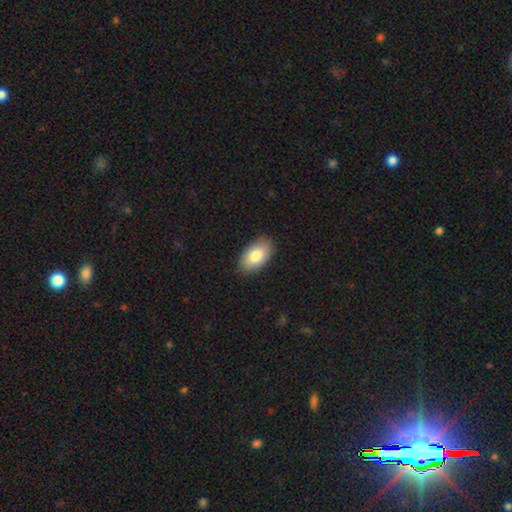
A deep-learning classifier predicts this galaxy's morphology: A smooth galaxy with no disk features (81%) that is in between round and cigar-shaped (94%). Merging: none (87%).